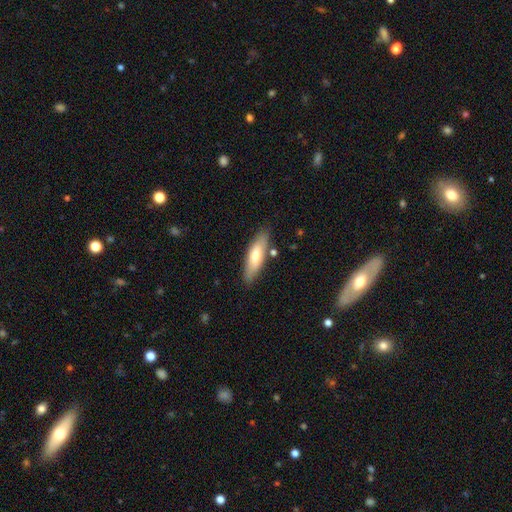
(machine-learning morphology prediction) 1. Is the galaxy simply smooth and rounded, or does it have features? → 66% smooth, 28% featured or disk, 6% star or artifact.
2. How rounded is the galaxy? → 59% cigar-shaped, 40% in between, 2% round.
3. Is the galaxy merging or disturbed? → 81% none, 12% minor disturbance, 4% merger, 3% major disturbance.